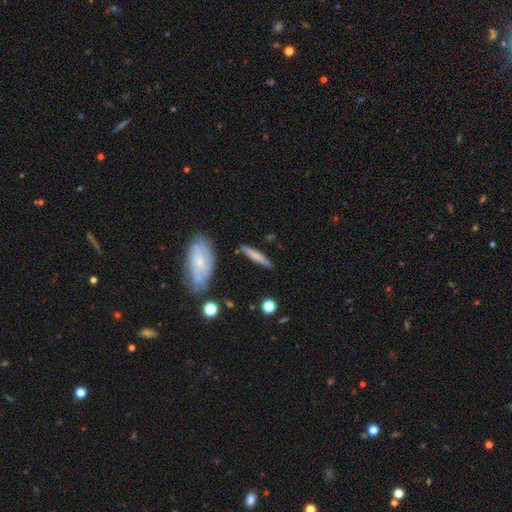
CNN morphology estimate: smooth-or-featured: smooth: 63% | featured or disk: 32% | star or artifact: 6%
  how-rounded: cigar-shaped: 87% | in between: 11% | round: 2%
  merging: none: 82% | minor disturbance: 12% | merger: 4% | major disturbance: 3%